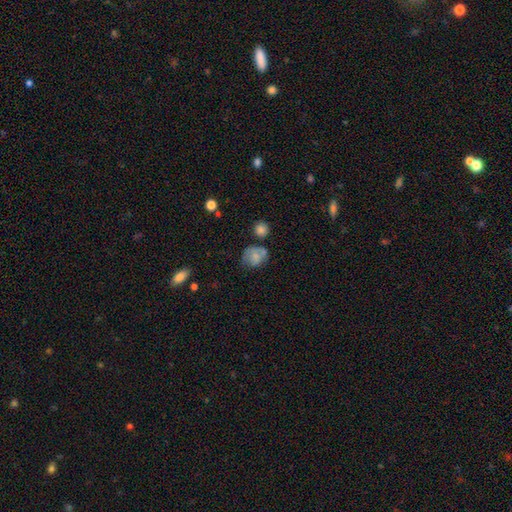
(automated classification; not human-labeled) Smooth or featured: smooth — 69% (featured or disk — 21%)
How rounded: round — 58% (in between — 41%)
Merging: none — 42% (minor disturbance — 26%)